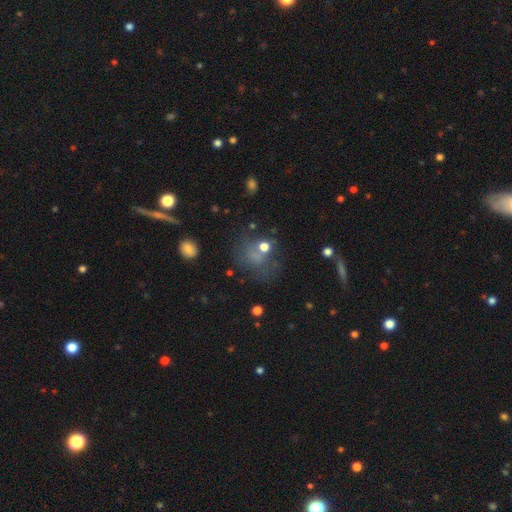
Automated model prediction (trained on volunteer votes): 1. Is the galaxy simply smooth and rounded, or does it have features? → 49% smooth, 26% star or artifact, 24% featured or disk.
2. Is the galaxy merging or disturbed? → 47% none, 25% major disturbance, 20% minor disturbance, 9% merger.